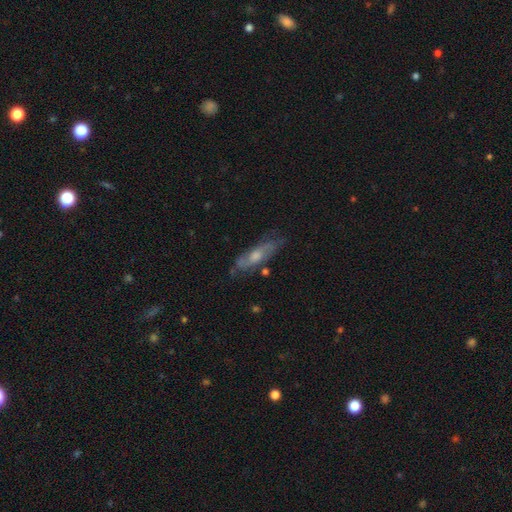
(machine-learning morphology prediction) A featured or disk galaxy (61%). Merging: none (71%).